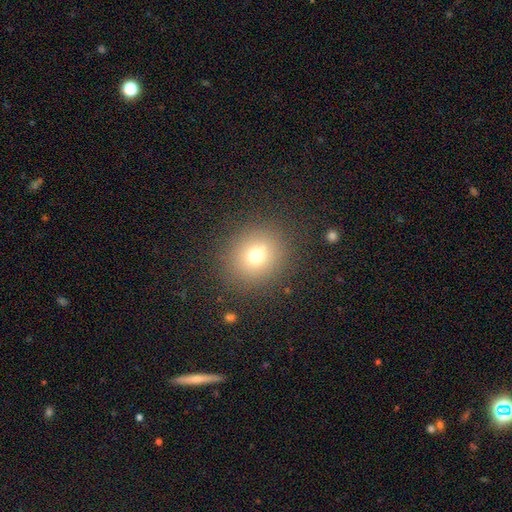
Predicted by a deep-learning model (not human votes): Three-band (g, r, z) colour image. It shows a smooth galaxy with no disk features (70%) that is round (80%). Merging: none (84%).